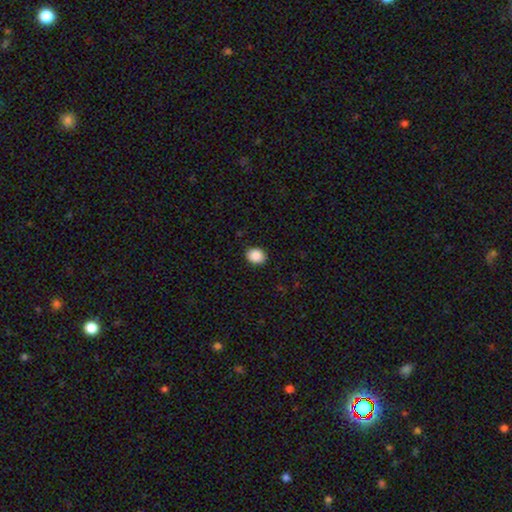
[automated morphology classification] A smooth galaxy with no disk features (90%) that is round (53%).

Vote fractions:
- Smooth or featured? smooth: 90% / star or artifact: 8% / featured or disk: 2%
- How rounded? round: 53% / in between: 46% / cigar-shaped: 1%
- Merging? none: 90% / minor disturbance: 7% / major disturbance: 2% / merger: 1%